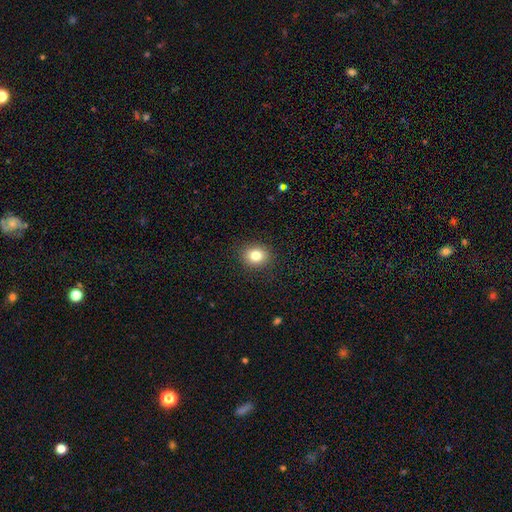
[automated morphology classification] Overall: smooth (81%). How rounded: round (67%; in between 32%). Merging: none (89%).